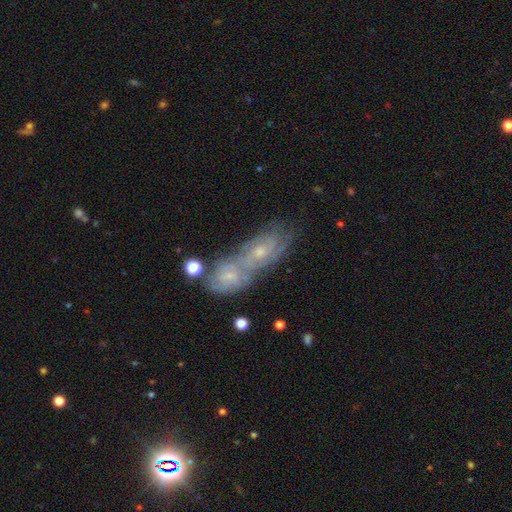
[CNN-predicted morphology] Smooth or featured: featured or disk — 55% (smooth — 27%)
Edge-on disk: no — 84% (yes — 16%)
Merging: merger — 52% (none — 34%)